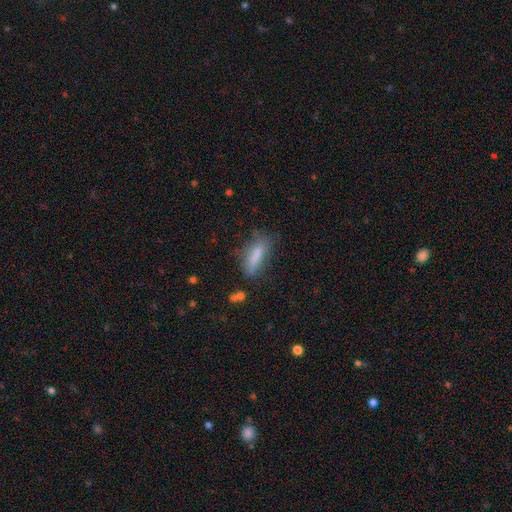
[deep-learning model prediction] The model was most divided on "how rounded": in between: 50%, cigar-shaped: 47%, round: 3%. More confident: smooth or featured — smooth (75%); merging — none (59%).